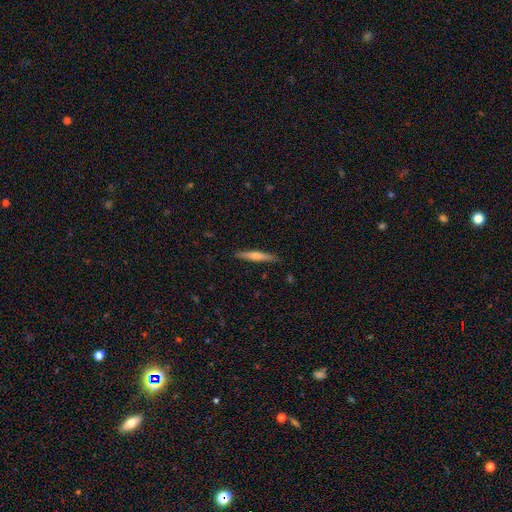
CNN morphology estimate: Smooth or featured? featured or disk (52%)
Edge-on disk? yes (97%)
Edge-on bulge? rounded (75%)
Merging? none (90%)